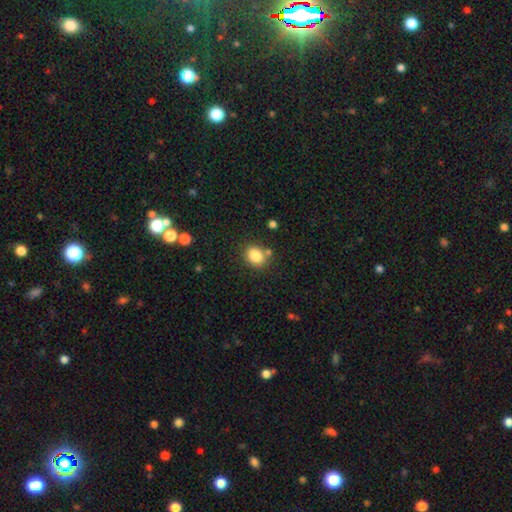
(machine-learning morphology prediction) A smooth galaxy with no disk features (84%) that is in between round and cigar-shaped (51%).

Vote fractions:
- Smooth or featured? smooth: 84% / star or artifact: 10% / featured or disk: 6%
- How rounded? in between: 51% / round: 48% / cigar-shaped: 1%
- Merging? none: 74% / minor disturbance: 13% / merger: 10% / major disturbance: 4%